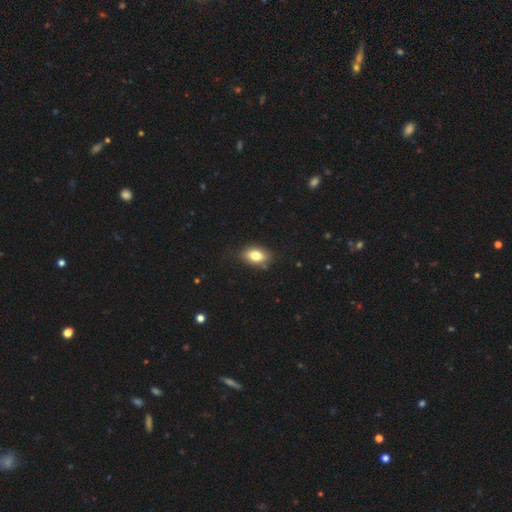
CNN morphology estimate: type=smooth (80%); roundness=in between (86%); merging=none (82%).